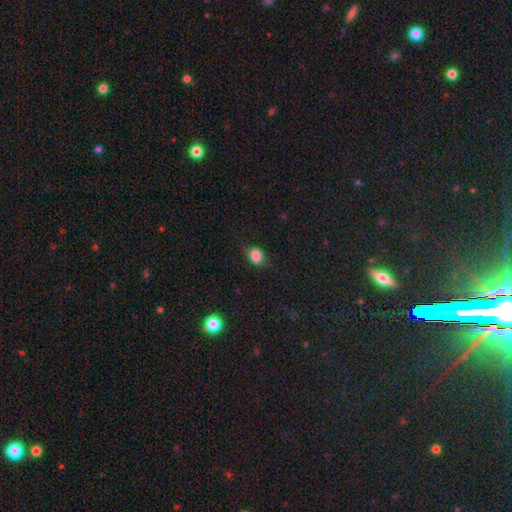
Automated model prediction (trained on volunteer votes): Smooth or featured? Predicted: smooth (p=0.83). How rounded? Predicted: in between (p=0.58). Merging? Predicted: none (p=0.73).